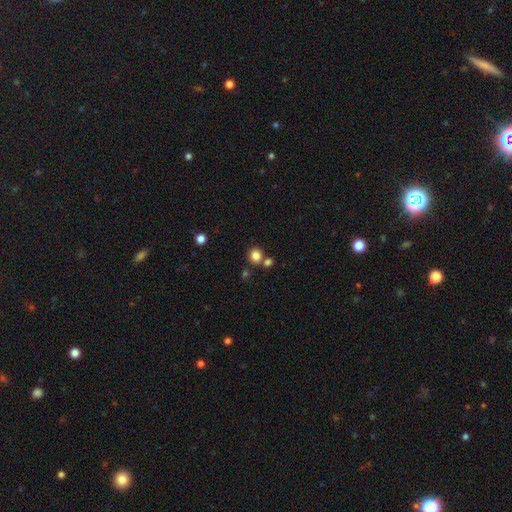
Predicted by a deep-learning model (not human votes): Smooth or featured? smooth (83%)
How rounded? round (86%)
Merging? none (70%)